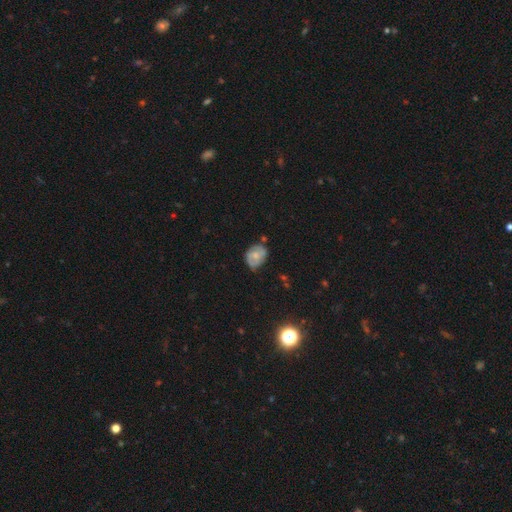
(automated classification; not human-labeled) smooth_or_featured: smooth (p=0.49) [alt: featured or disk p=0.43]
merging: none (p=0.57) [alt: minor disturbance p=0.32]